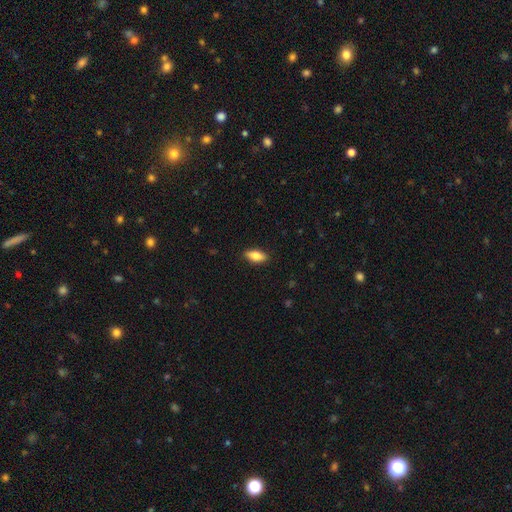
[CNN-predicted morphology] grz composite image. It shows a smooth galaxy with no disk features (78%) that is in between round and cigar-shaped (81%). Merging: none (88%).